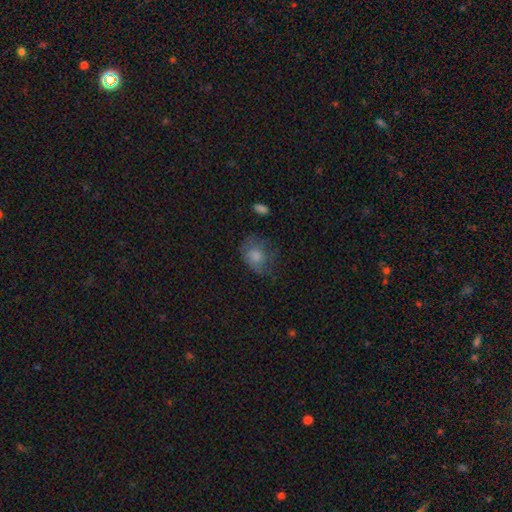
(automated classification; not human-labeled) The model was most divided on "how rounded": round: 51%, in between: 48%, cigar-shaped: 1%. More confident: smooth or featured — smooth (59%); merging — none (52%).